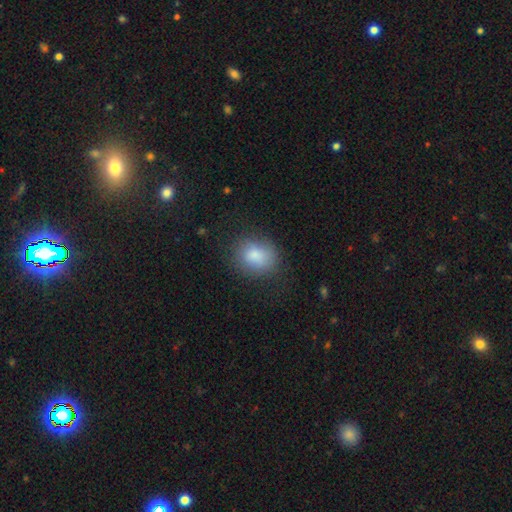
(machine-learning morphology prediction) smooth-or-featured: smooth: 83% | star or artifact: 8% | featured or disk: 8%
  how-rounded: round: 51% | in between: 48% | cigar-shaped: 1%
  merging: none: 73% | minor disturbance: 18% | major disturbance: 7% | merger: 2%